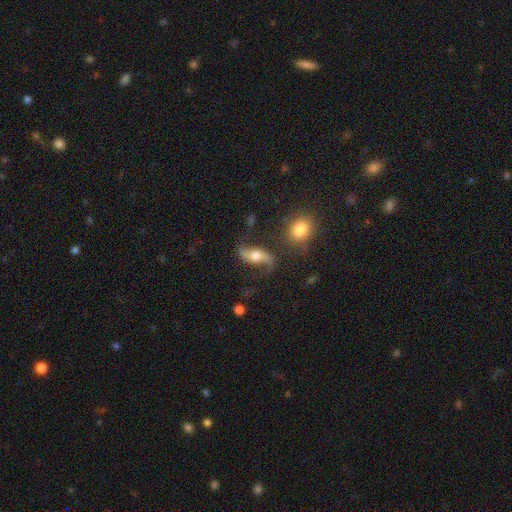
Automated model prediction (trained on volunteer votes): A featured or disk galaxy (81%) with no bar (50%), 2 (93%) loose (85%) spiral arms (94%) and a moderate central bulge (64%).

Vote fractions:
- Smooth or featured? featured or disk: 81% / smooth: 13% / star or artifact: 7%
- Edge-on disk? no: 91% / yes: 9%
- Bar? no: 50% / weak: 28% / strong: 22%
- Spiral arms? yes: 94% / no: 6%
- Spiral winding? loose: 85% / medium: 11% / tight: 4%
- Spiral arm count? 2: 93% / 1: 2% / can't tell: 2% / 3: 1% / 4: 1% / more than 4: 1%
- Bulge size? moderate: 64% / small: 16% / large: 16% / dominant: 2% / none: 2%
- Merging? none: 69% / minor disturbance: 16% / major disturbance: 10% / merger: 5%